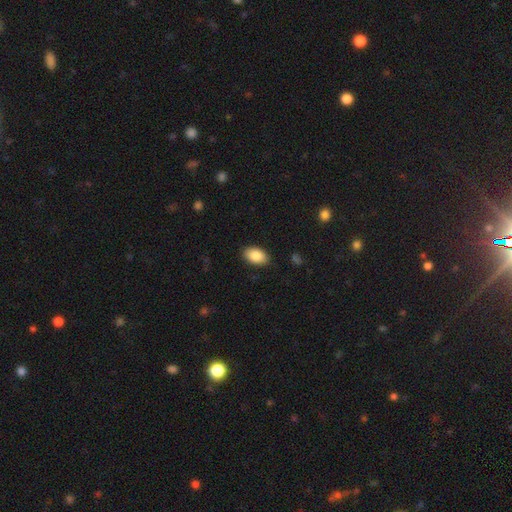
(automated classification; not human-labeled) Smooth or featured? smooth (87%)
How rounded? in between (92%)
Merging? none (87%)